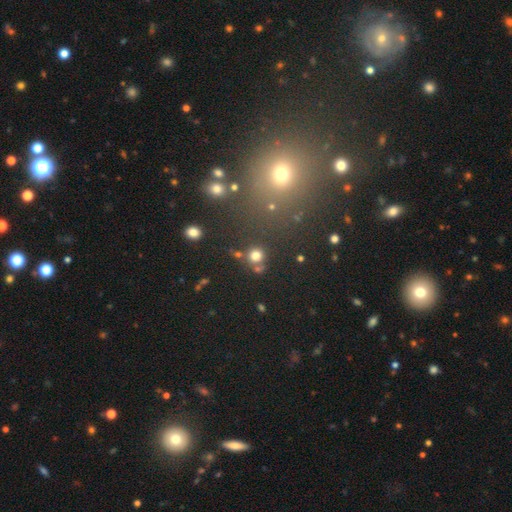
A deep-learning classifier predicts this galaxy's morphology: Smooth or featured?
  - smooth: 76% *
  - star or artifact: 17%
  - featured or disk: 7%
How rounded?
  - round: 91% *
  - in between: 8%
  - cigar-shaped: 1%
Merging?
  - none: 72% *
  - merger: 15%
  - minor disturbance: 9%
  - major disturbance: 4%